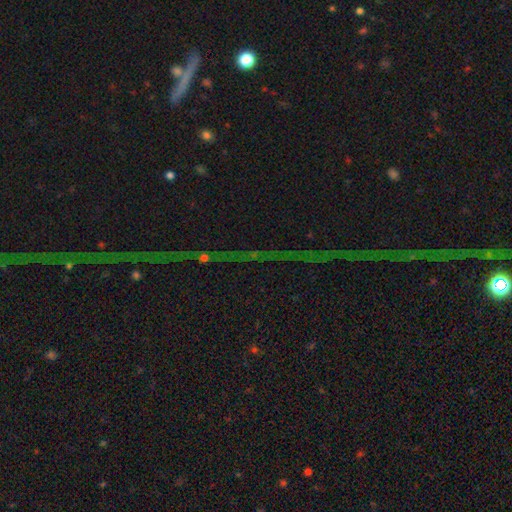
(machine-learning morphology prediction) A star or artifact, not a galaxy (80%).